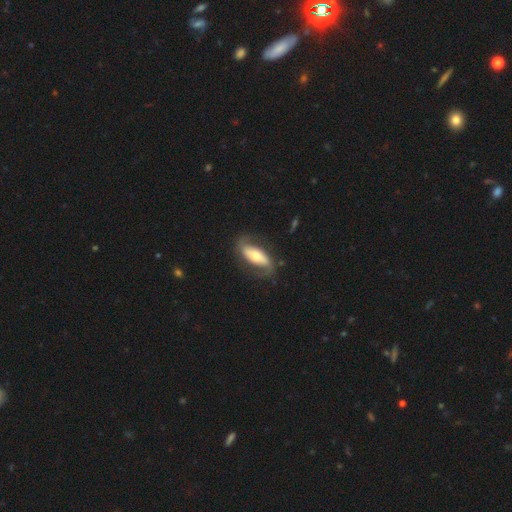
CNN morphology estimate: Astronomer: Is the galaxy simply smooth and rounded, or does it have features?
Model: featured or disk — 60% (runner-up: smooth, 35%).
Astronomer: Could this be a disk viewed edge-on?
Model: no — 84%.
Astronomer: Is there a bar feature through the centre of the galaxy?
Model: strong — 41% (runner-up: no, 36%).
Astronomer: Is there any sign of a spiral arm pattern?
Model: yes — 77%.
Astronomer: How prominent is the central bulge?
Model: moderate — 54%.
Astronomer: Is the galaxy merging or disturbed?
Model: none — 71%.